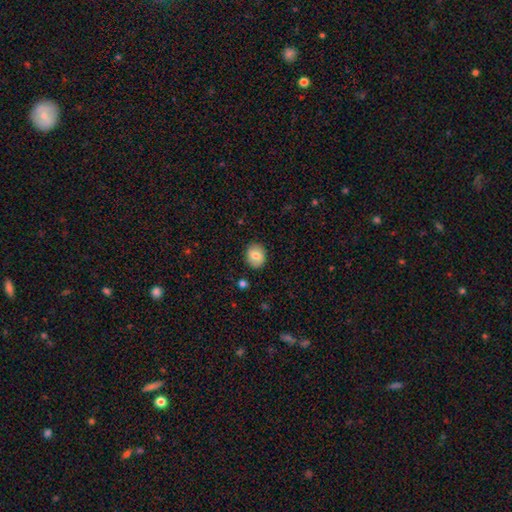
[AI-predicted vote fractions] smooth_or_featured: smooth (p=0.78) [alt: featured or disk p=0.14]
how_rounded: round (p=0.61) [alt: in between p=0.38]
merging: none (p=0.88) [alt: minor disturbance p=0.08]